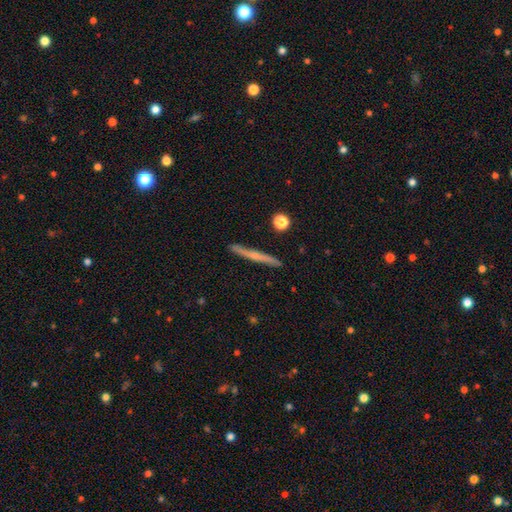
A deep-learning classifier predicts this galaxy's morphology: Smooth or featured? Predicted: featured or disk (p=0.55). Edge-on disk? Predicted: yes (p=0.95). Edge-on bulge? Predicted: none (p=0.50). Merging? Predicted: none (p=0.89).